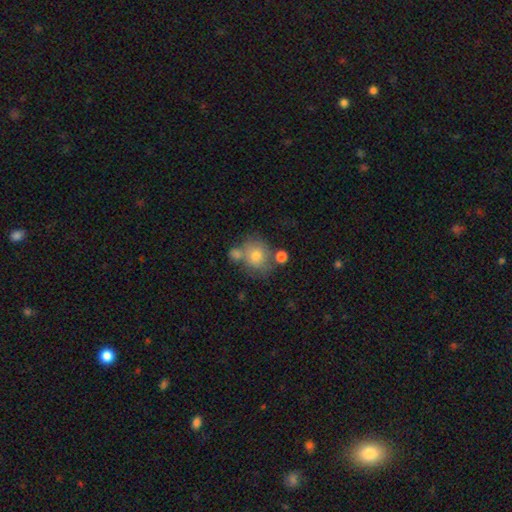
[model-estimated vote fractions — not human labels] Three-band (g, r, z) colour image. It shows a smooth galaxy with no disk features (71%) that is round (74%). Merging: none (49%).